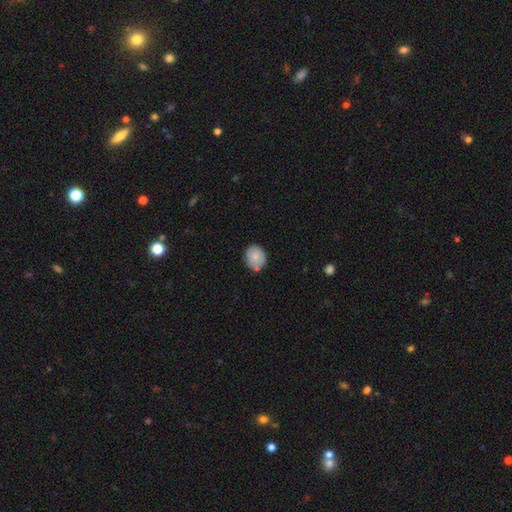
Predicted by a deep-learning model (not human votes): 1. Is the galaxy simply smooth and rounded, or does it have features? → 81% smooth, 12% featured or disk, 7% star or artifact.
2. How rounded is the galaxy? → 59% round, 40% in between, 1% cigar-shaped.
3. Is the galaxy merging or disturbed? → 75% none, 16% minor disturbance, 6% merger, 3% major disturbance.